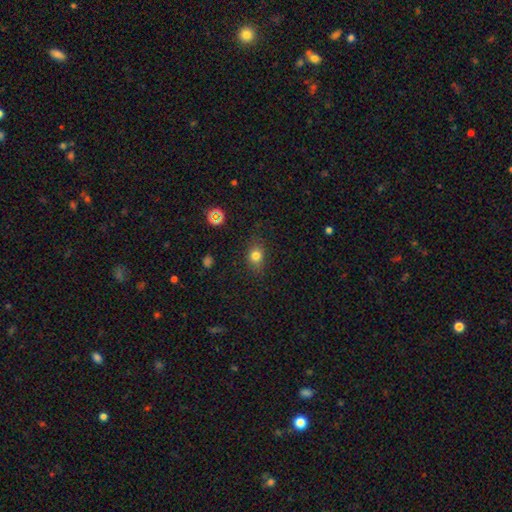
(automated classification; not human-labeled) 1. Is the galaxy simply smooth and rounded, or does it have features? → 78% smooth, 14% star or artifact, 8% featured or disk.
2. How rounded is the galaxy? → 53% in between, 45% round, 2% cigar-shaped.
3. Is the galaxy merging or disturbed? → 82% none, 13% minor disturbance, 4% major disturbance, 1% merger.